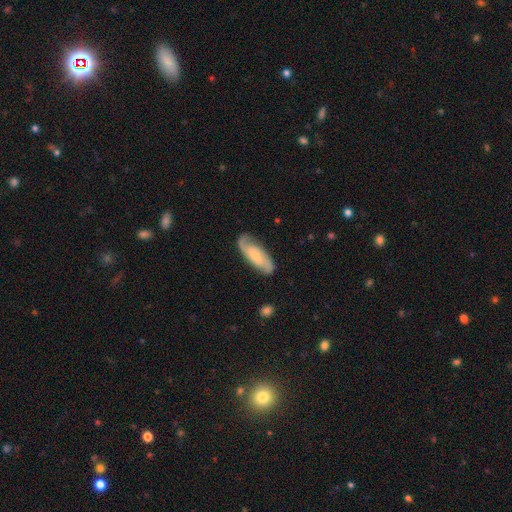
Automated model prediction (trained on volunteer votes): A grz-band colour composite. It shows a featured or disk galaxy (68%) with no bar (44%), 2 (82%) medium (45%) spiral arms (93%) and a small central bulge (55%). Merging: none (78%).